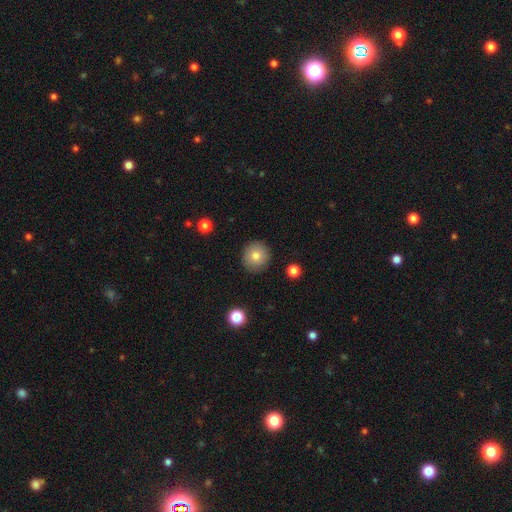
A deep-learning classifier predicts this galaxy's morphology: Smooth or featured? smooth (81%)
How rounded? round (94%)
Merging? none (90%)